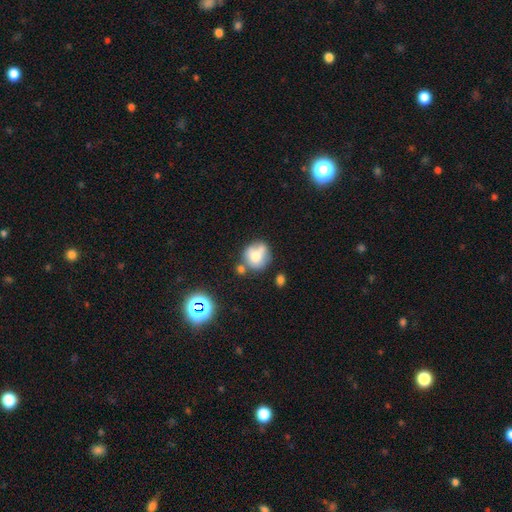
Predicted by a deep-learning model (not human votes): Smooth or featured: smooth — 64% (featured or disk — 25%)
How rounded: round — 82% (in between — 17%)
Merging: none — 49% (merger — 23%)